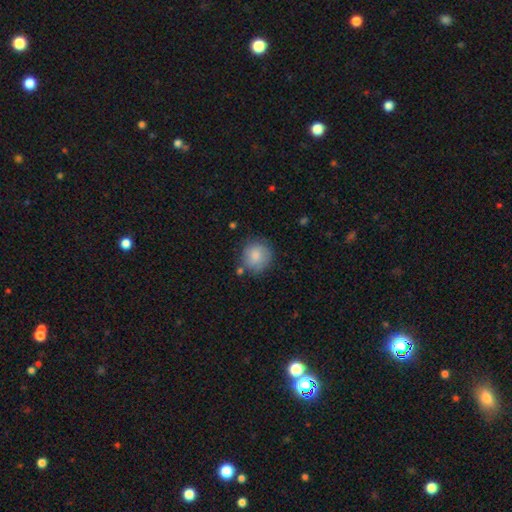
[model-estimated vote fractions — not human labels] Morphology: type=smooth (74%); roundness=round (86%); merging=none (68%).